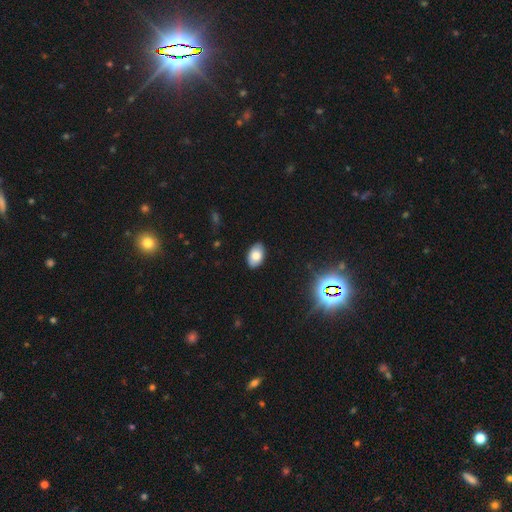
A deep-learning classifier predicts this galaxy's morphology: Smooth or featured? smooth (79%)
How rounded? in between (92%)
Merging? none (88%)